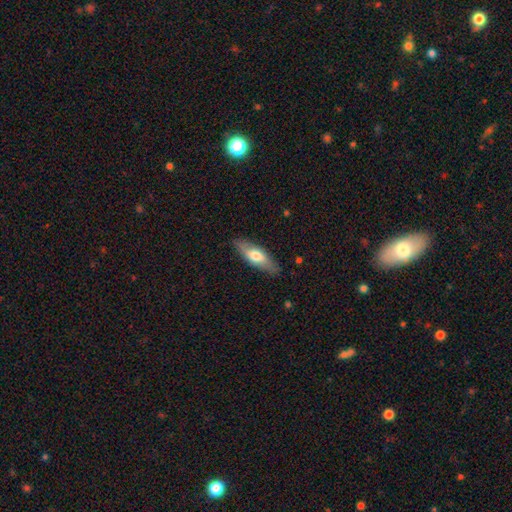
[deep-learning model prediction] Overall: smooth (58%; featured or disk 37%). How rounded: in between (58%; cigar-shaped 40%). Merging: none (85%).